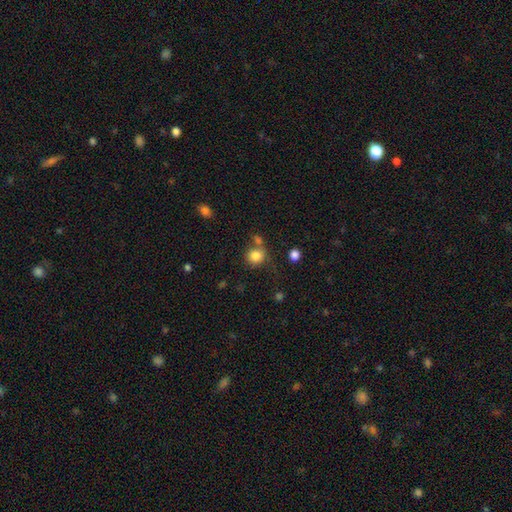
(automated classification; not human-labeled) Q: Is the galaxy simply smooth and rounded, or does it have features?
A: smooth — 83%.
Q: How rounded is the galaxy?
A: round — 84%.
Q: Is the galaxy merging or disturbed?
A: none — 62%.